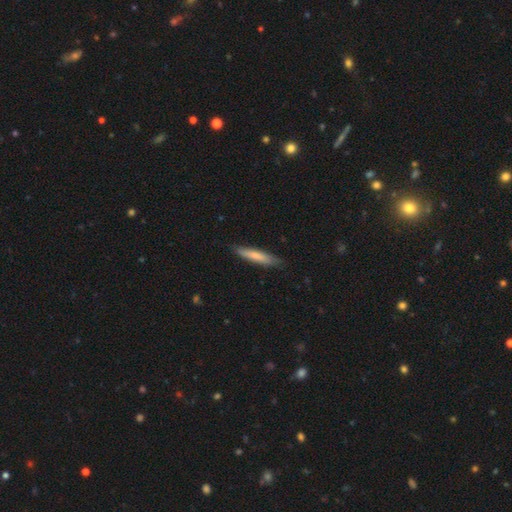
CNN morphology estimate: A smooth galaxy with no disk features (72%) that is cigar-shaped (90%). Merging: none (84%).